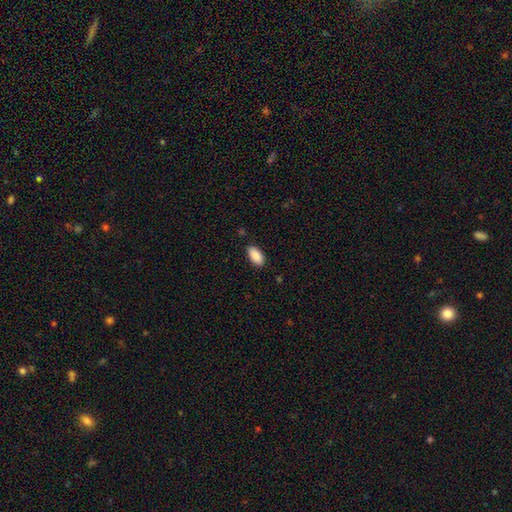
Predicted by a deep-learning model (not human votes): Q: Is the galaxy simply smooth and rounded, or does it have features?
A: smooth — 90%.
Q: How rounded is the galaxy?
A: in between — 94%.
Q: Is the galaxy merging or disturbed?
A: none — 85%.